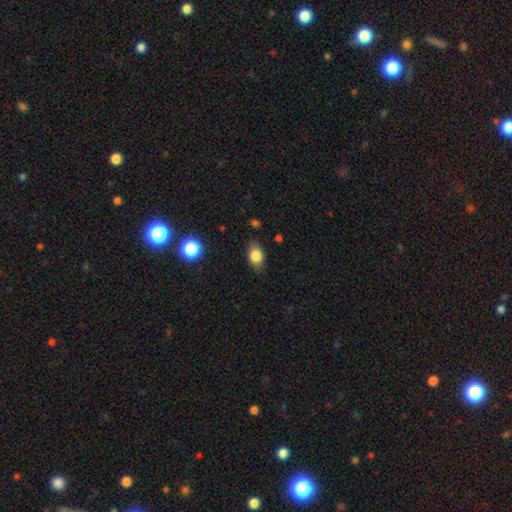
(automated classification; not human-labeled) smooth-or-featured: smooth: 83% | star or artifact: 9% | featured or disk: 8%
  how-rounded: in between: 81% | round: 17% | cigar-shaped: 2%
  merging: none: 80% | minor disturbance: 15% | major disturbance: 3% | merger: 1%